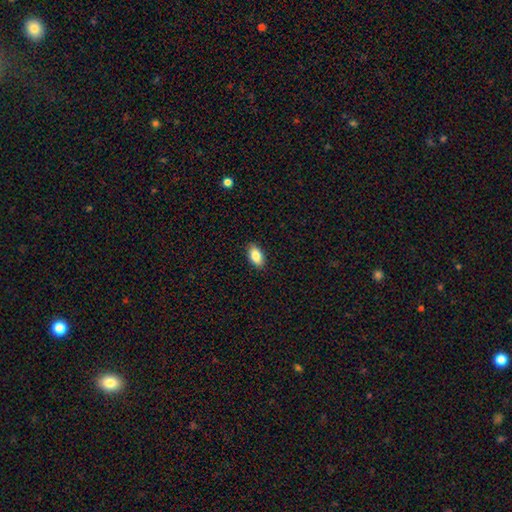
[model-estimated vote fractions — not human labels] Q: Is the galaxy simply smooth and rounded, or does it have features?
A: smooth — 86%.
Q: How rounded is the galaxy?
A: in between — 92%.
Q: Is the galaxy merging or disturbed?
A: none — 89%.